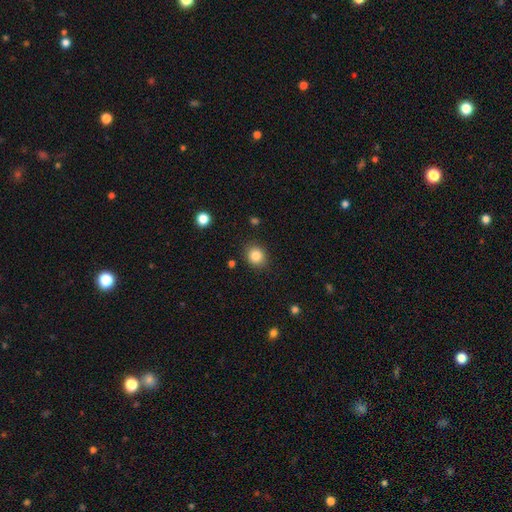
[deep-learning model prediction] This appears to be a smooth galaxy with no disk features (85%) that is round (76%). Merging: none (87%).